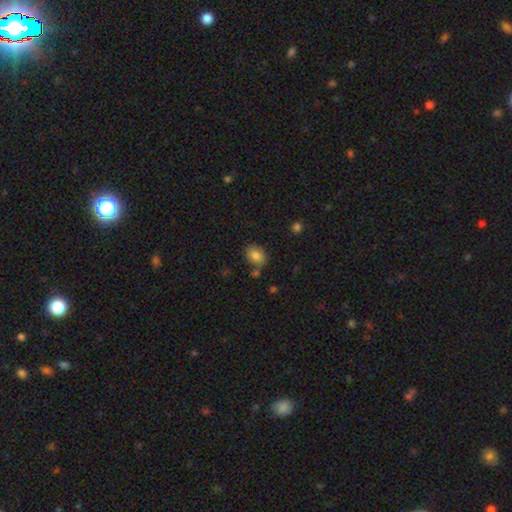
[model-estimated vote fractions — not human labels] This appears to be a smooth galaxy with no disk features (83%) that is in between round and cigar-shaped (65%). Merging: none (71%).